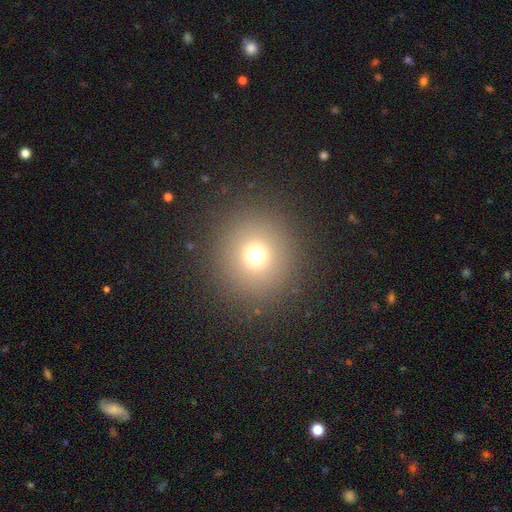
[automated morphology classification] A smooth galaxy with no disk features (70%) that is round (93%).

Vote fractions:
- Smooth or featured? smooth: 70% / star or artifact: 21% / featured or disk: 9%
- How rounded? round: 93% / in between: 6% / cigar-shaped: 1%
- Merging? none: 89% / minor disturbance: 6% / major disturbance: 4% / merger: 1%